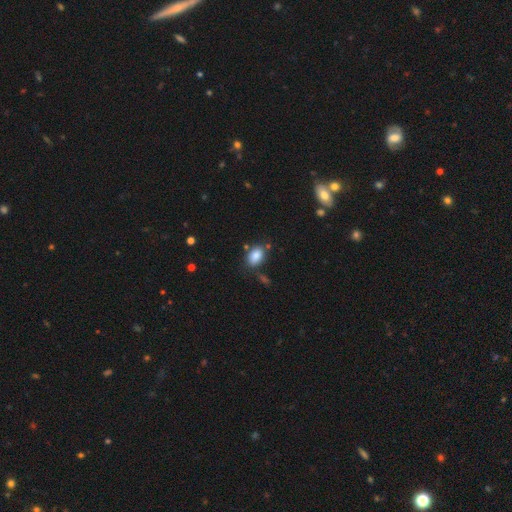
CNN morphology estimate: Q: Smooth or featured?
A: smooth (86%); runner-up: star or artifact (8%)
Q: How rounded?
A: in between (88%); runner-up: round (10%)
Q: Merging?
A: none (73%); runner-up: minor disturbance (16%)